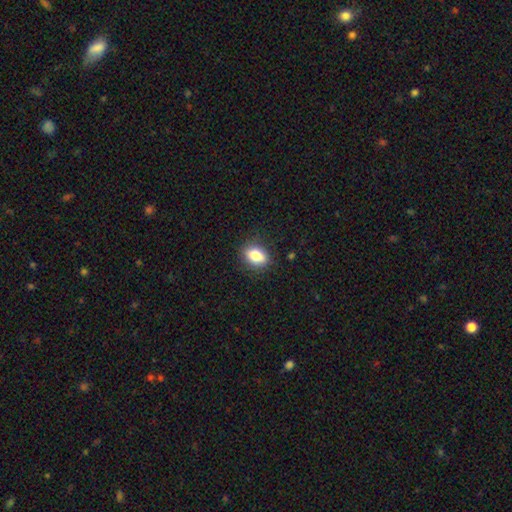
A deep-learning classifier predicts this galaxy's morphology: This is clearly a smooth galaxy (82%). How rounded: likely in between (75%). Merging: clearly none (85%).